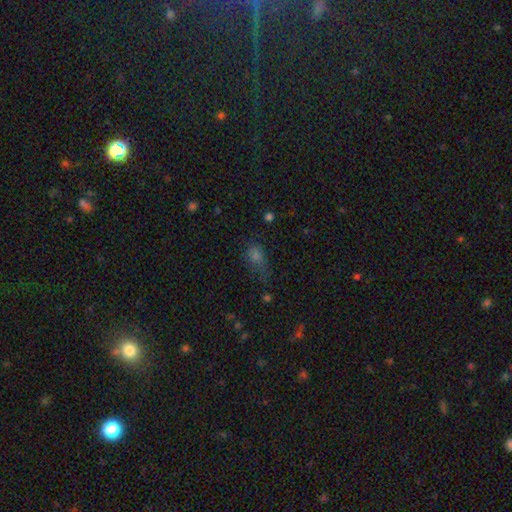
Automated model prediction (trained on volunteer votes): Smooth or featured? smooth (63%)
How rounded? in between (68%)
Merging? none (49%)